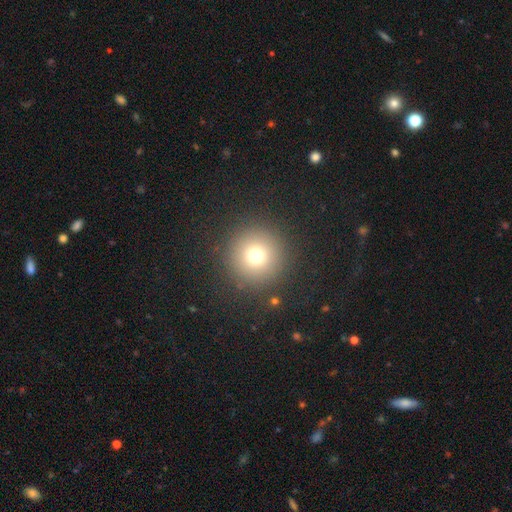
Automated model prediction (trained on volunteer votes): Smooth or featured?
  - smooth: 72% *
  - star or artifact: 18%
  - featured or disk: 10%
How rounded?
  - round: 96% *
  - in between: 3%
  - cigar-shaped: 1%
Merging?
  - none: 90% *
  - minor disturbance: 5%
  - major disturbance: 4%
  - merger: 1%